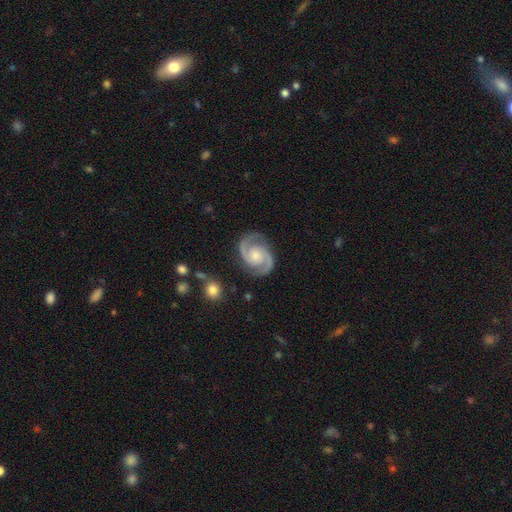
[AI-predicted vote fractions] Smooth or featured? Predicted: featured or disk (p=0.93). Edge-on disk? Predicted: no (p=0.98). Bar? Predicted: no (p=0.63). Spiral arms? Predicted: yes (p=0.98). Spiral winding? Predicted: medium (p=0.59). Spiral arm count? Predicted: 2 (p=0.94). Bulge size? Predicted: moderate (p=0.47). Merging? Predicted: none (p=0.85).